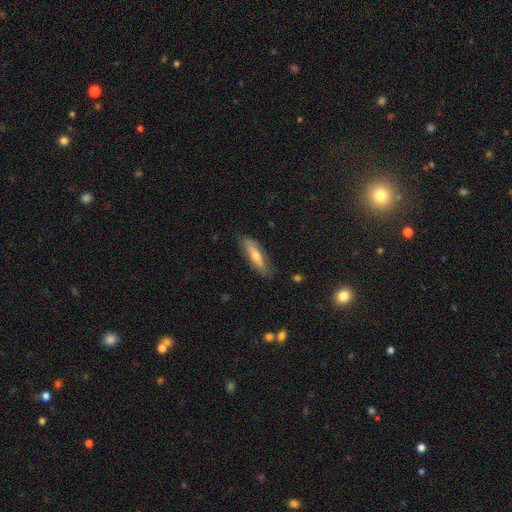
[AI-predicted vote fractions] Smooth or featured? smooth (52%)
How rounded? cigar-shaped (72%)
Merging? none (81%)